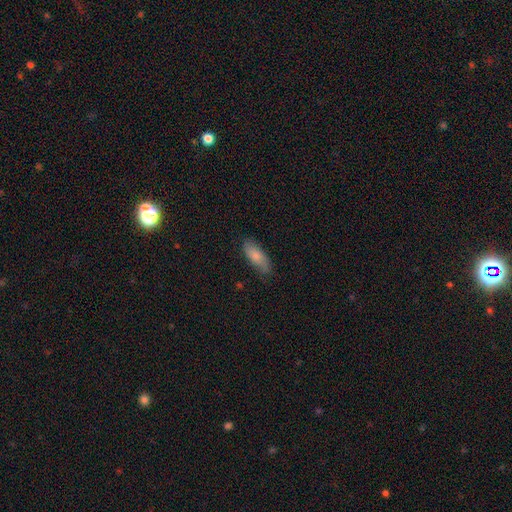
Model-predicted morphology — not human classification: The model was most divided on "how rounded": in between: 73%, cigar-shaped: 25%, round: 2%. More confident: merging — none (76%); smooth or featured — smooth (75%).